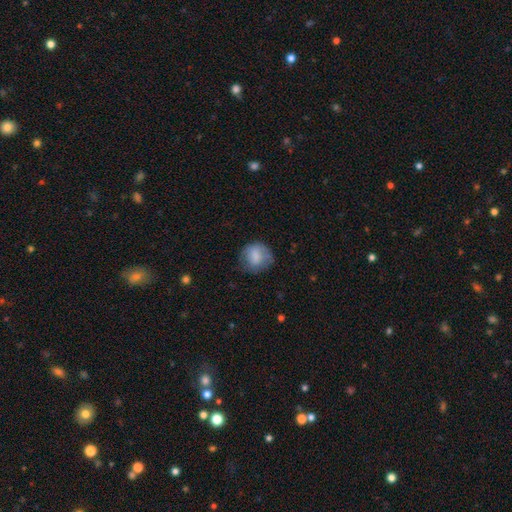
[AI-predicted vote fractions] This appears to be a smooth galaxy with no disk features (77%) that is round (81%). Merging: none (64%).